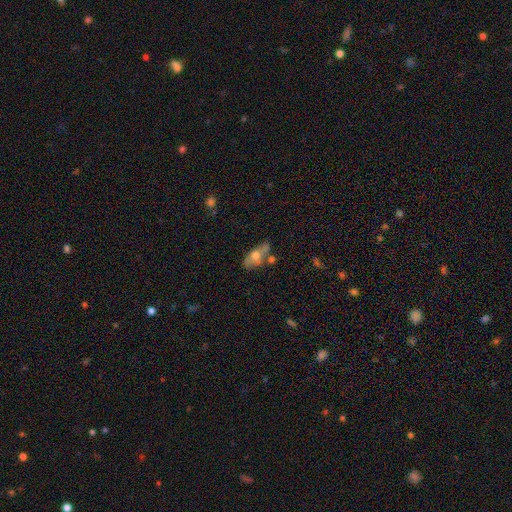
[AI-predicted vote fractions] smooth-or-featured: smooth: 54% | featured or disk: 39% | star or artifact: 7%
  how-rounded: in between: 81% | cigar-shaped: 12% | round: 6%
  merging: none: 49% | merger: 21% | minor disturbance: 21% | major disturbance: 8%